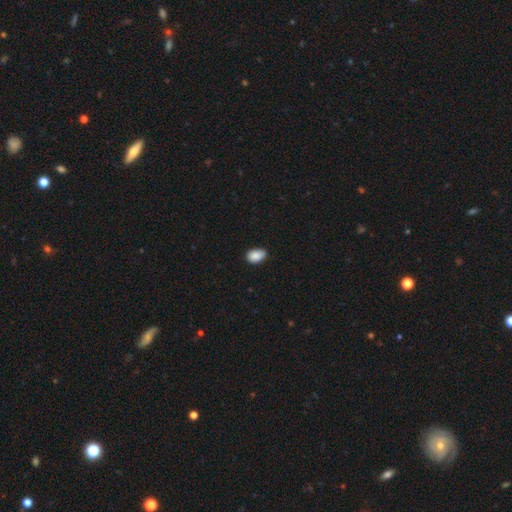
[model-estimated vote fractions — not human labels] The model was most divided on "merging": none: 76%, minor disturbance: 20%, major disturbance: 2%, merger: 1%. More confident: how rounded — in between (90%); smooth or featured — smooth (89%).